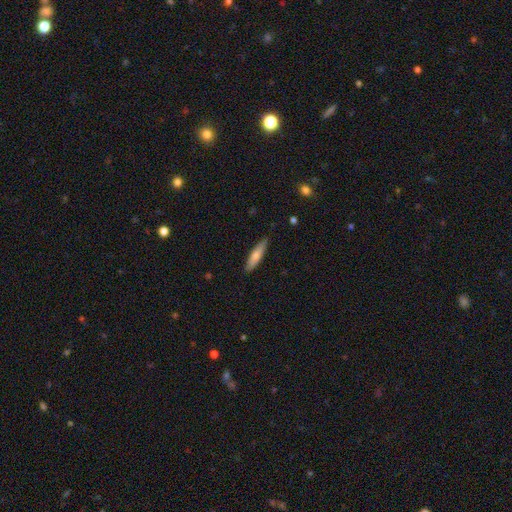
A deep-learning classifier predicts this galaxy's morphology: type=smooth (70%); roundness=cigar-shaped (77%); merging=none (85%).